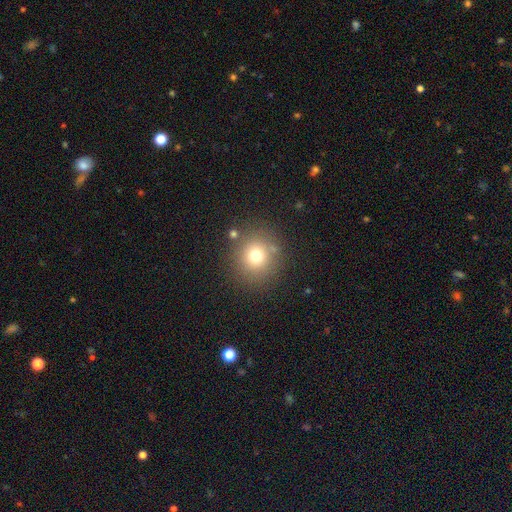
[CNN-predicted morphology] The model was most divided on "smooth or featured": smooth: 72%, star or artifact: 16%, featured or disk: 11%. More confident: how rounded — round (91%); merging — none (83%).